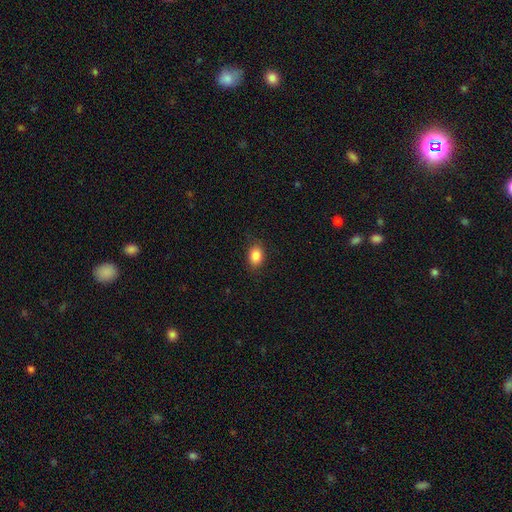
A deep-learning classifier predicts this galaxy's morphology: Smooth or featured?
  - smooth: 86% *
  - star or artifact: 9%
  - featured or disk: 5%
How rounded?
  - in between: 70% *
  - round: 29%
  - cigar-shaped: 1%
Merging?
  - none: 84% *
  - minor disturbance: 12%
  - major disturbance: 3%
  - merger: 1%